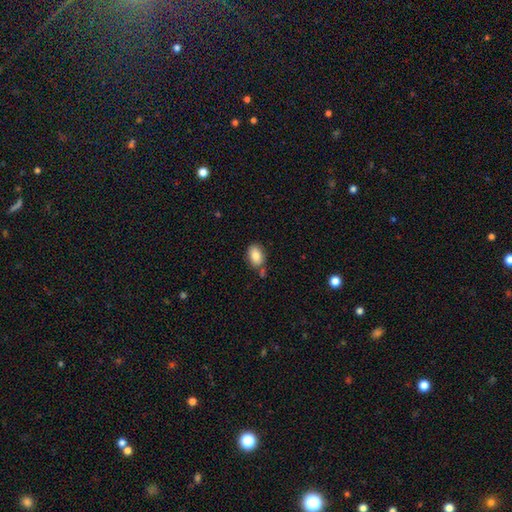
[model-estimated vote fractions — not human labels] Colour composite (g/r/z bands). It shows a smooth galaxy with no disk features (84%) that is in between round and cigar-shaped (88%). Merging: none (73%).